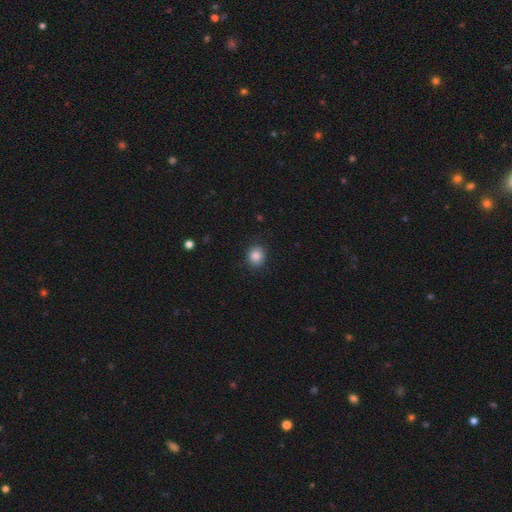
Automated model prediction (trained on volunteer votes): Morphology: type=smooth (86%); roundness=round (80%); merging=none (85%).